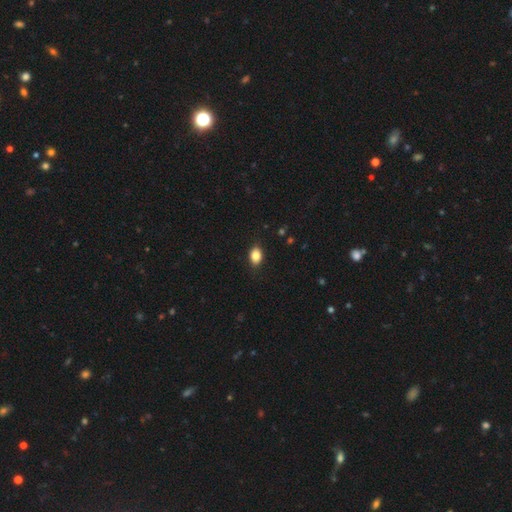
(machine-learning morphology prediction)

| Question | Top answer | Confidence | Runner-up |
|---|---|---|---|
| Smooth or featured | smooth | 85% | star or artifact (9%) |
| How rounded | in between | 80% | round (19%) |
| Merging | none | 87% | minor disturbance (10%) |